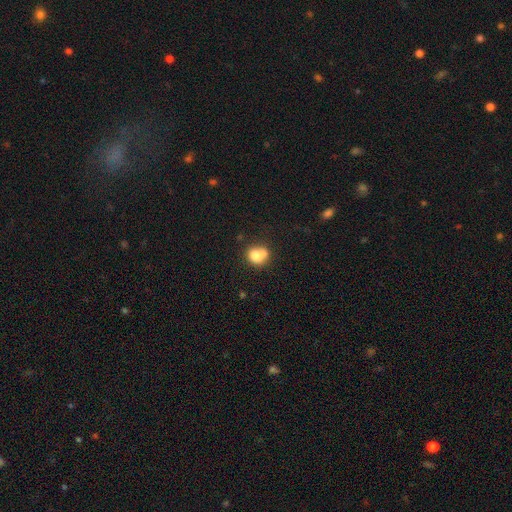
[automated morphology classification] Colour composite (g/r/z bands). It shows a smooth galaxy with no disk features (75%) that is round (70%). Merging: none (38%).